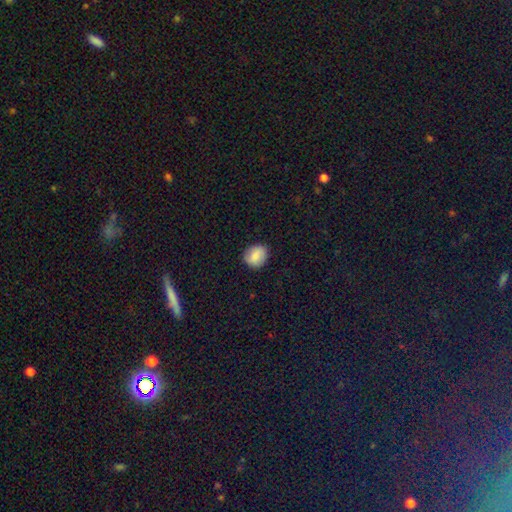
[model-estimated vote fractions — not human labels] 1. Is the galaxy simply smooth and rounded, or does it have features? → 83% smooth, 9% featured or disk, 8% star or artifact.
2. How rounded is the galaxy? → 71% round, 28% in between, 1% cigar-shaped.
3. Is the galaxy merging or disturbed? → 85% none, 12% minor disturbance, 3% major disturbance, 1% merger.